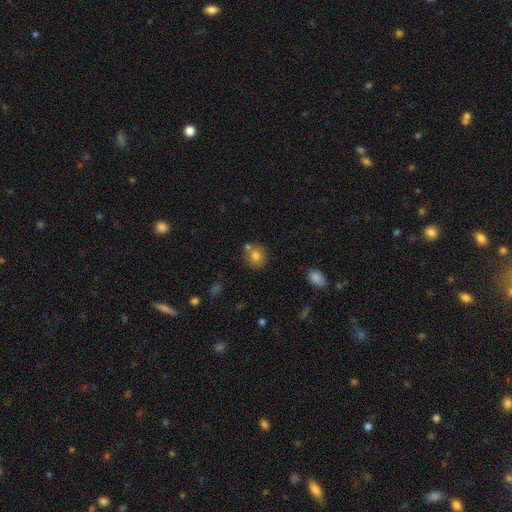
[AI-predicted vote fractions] Smooth or featured?
  - smooth: 76% *
  - featured or disk: 13%
  - star or artifact: 11%
How rounded?
  - round: 82% *
  - in between: 17%
  - cigar-shaped: 1%
Merging?
  - none: 67% *
  - merger: 19%
  - minor disturbance: 11%
  - major disturbance: 3%